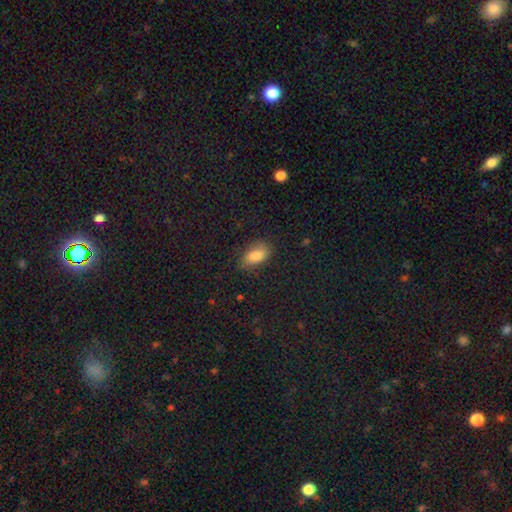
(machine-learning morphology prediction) Q: Smooth or featured?
A: smooth (80%); runner-up: featured or disk (10%)
Q: How rounded?
A: in between (90%); runner-up: round (6%)
Q: Merging?
A: none (77%); runner-up: minor disturbance (17%)